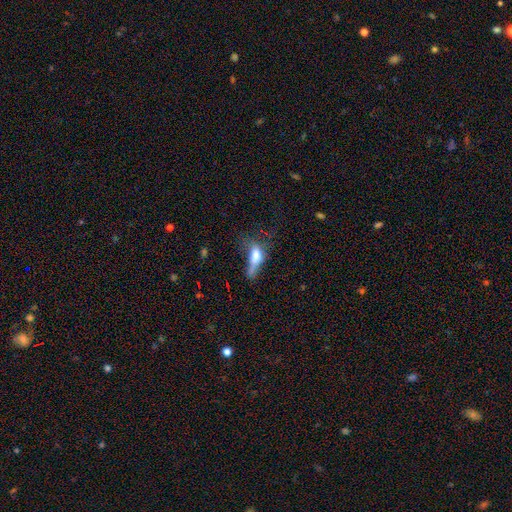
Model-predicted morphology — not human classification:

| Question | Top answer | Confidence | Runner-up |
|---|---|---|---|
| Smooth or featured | smooth | 62% | featured or disk (27%) |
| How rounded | in between | 63% | cigar-shaped (30%) |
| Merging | major disturbance | 46% | minor disturbance (22%) |